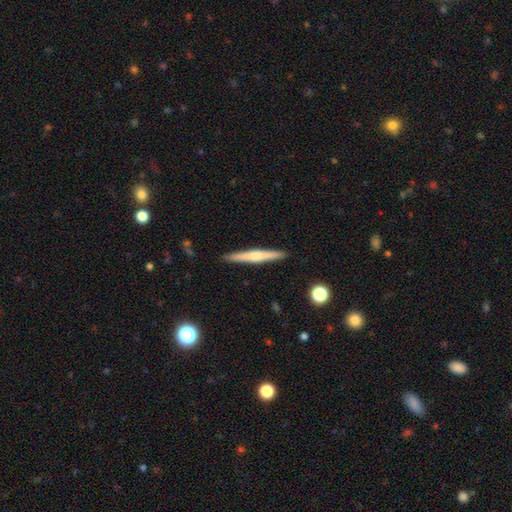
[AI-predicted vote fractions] Q: Smooth or featured?
A: featured or disk (57%); runner-up: smooth (38%)
Q: Edge-on disk?
A: yes (98%); runner-up: no (2%)
Q: Edge-on bulge?
A: rounded (68%); runner-up: none (21%)
Q: Merging?
A: none (91%); runner-up: minor disturbance (6%)